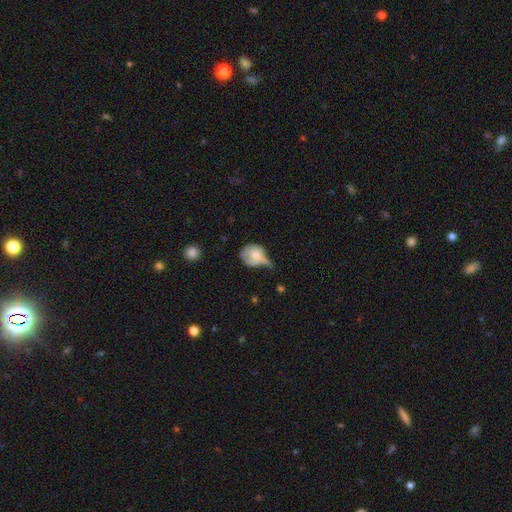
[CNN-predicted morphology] smooth 59%, featured or disk 33%, star or artifact 8%. Down the decision tree: how rounded — round (63%); merging — major disturbance (34%).